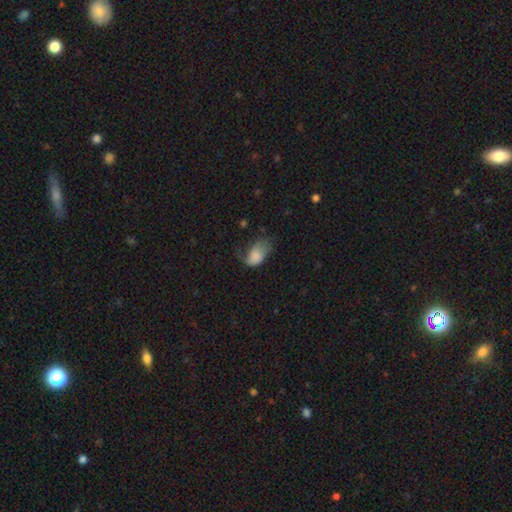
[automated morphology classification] A smooth galaxy with no disk features (78%) that is in between round and cigar-shaped (90%). Merging: minor disturbance (36%, tied with major disturbance).